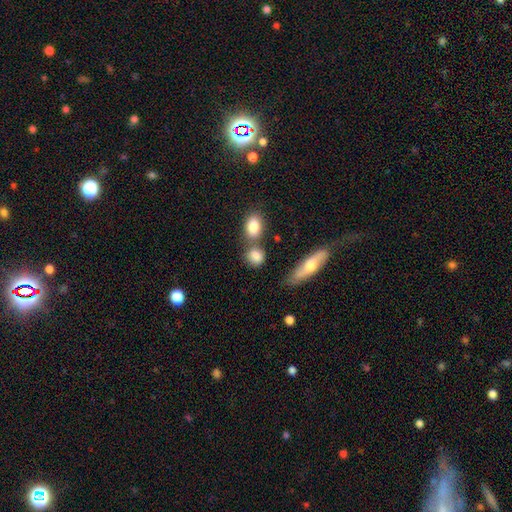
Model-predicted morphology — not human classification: Smooth or featured? smooth (82%)
How rounded? round (54%)
Merging? none (56%)